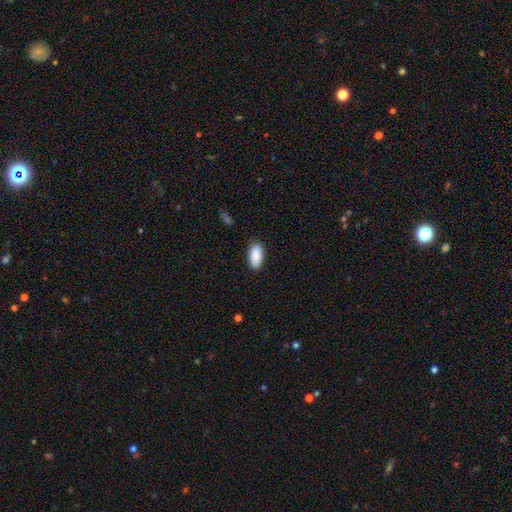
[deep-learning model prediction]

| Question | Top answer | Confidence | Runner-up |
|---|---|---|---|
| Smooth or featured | smooth | 89% | star or artifact (6%) |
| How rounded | in between | 92% | cigar-shaped (6%) |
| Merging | none | 84% | minor disturbance (12%) |